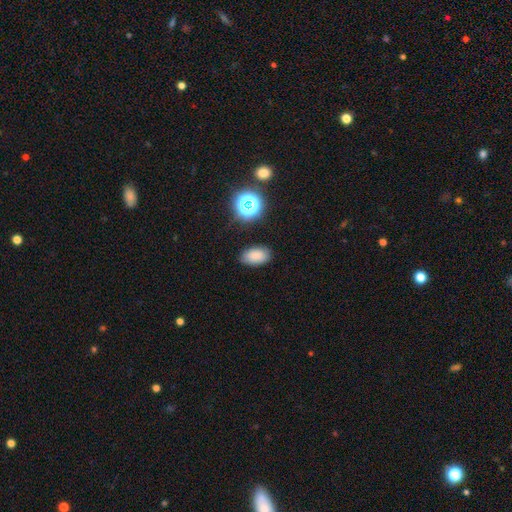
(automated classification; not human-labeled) Smooth or featured? Predicted: smooth (p=0.80). How rounded? Predicted: in between (p=0.91). Merging? Predicted: none (p=0.83).